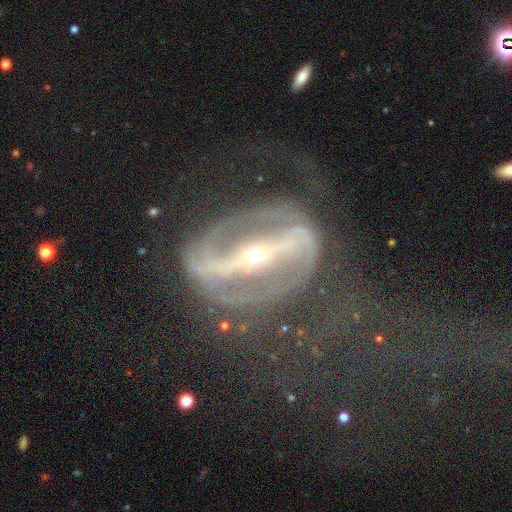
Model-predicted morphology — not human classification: type=featured or disk (89%); edge-on=no (90%); bar=strong (88%); spiral arms=yes (82%); winding=medium (42%); arm count=2 (76%); bulge=small (79%); merging=none (46%).